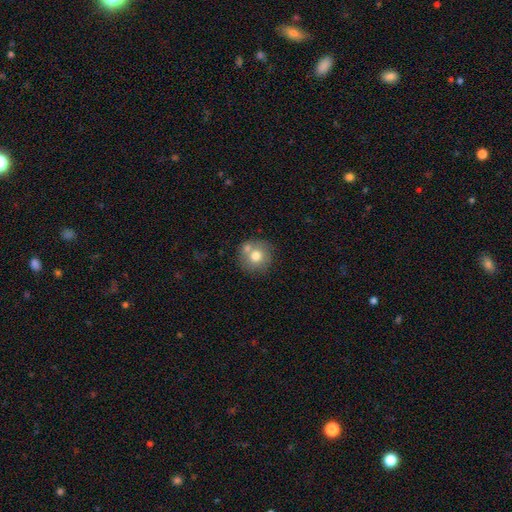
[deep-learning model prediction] Morphology: type=smooth (72%); roundness=round (91%); merging=none (61%).